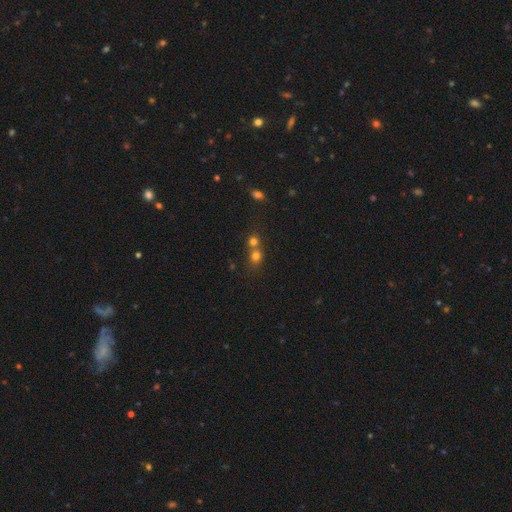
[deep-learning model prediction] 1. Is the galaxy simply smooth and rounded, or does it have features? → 73% smooth, 17% star or artifact, 11% featured or disk.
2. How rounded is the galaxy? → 79% round, 20% in between, 1% cigar-shaped.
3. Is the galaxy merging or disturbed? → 55% merger, 37% none, 5% minor disturbance, 3% major disturbance.